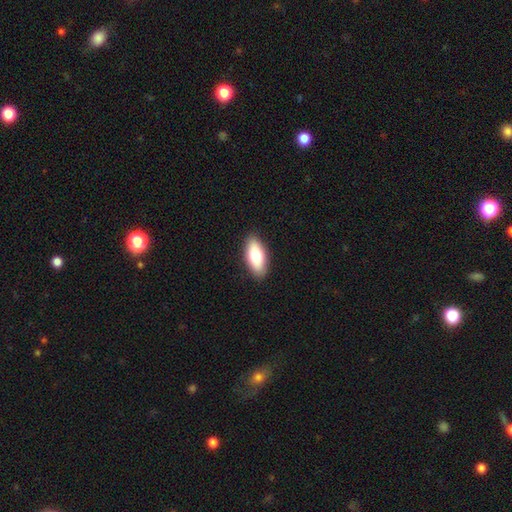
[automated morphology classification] smooth_or_featured: smooth (p=0.78) [alt: featured or disk p=0.16]
how_rounded: in between (p=0.85) [alt: cigar-shaped p=0.13]
merging: none (p=0.89) [alt: minor disturbance p=0.08]